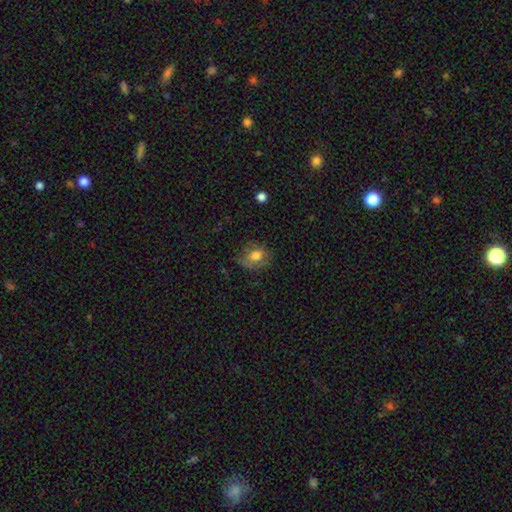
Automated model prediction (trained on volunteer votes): Morphology: type=smooth (69%); roundness=in between (54%); merging=none (61%).